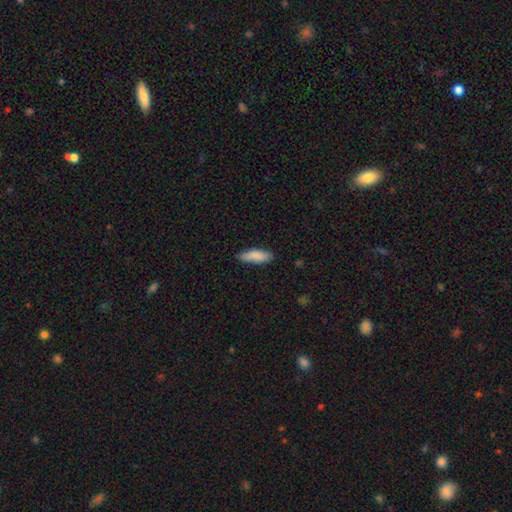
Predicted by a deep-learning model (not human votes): Smooth or featured? Predicted: smooth (p=0.86). How rounded? Predicted: in between (p=0.56). Merging? Predicted: none (p=0.79).